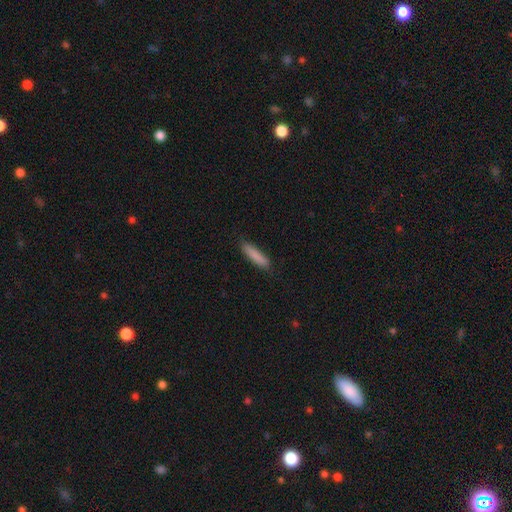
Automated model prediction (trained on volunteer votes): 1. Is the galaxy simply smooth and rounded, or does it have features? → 86% smooth, 7% featured or disk, 6% star or artifact.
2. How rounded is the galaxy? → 81% cigar-shaped, 17% in between, 1% round.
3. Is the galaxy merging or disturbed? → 85% none, 12% minor disturbance, 2% major disturbance, 1% merger.